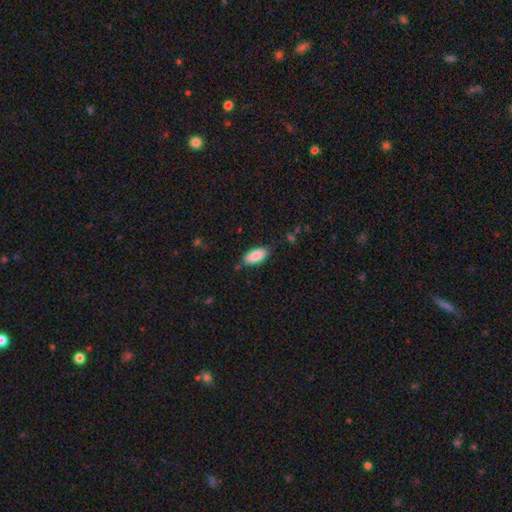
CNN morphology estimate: Smooth or featured?
  - smooth: 88% *
  - star or artifact: 6%
  - featured or disk: 6%
How rounded?
  - in between: 88% *
  - cigar-shaped: 10%
  - round: 2%
Merging?
  - none: 80% *
  - minor disturbance: 15%
  - major disturbance: 3%
  - merger: 2%